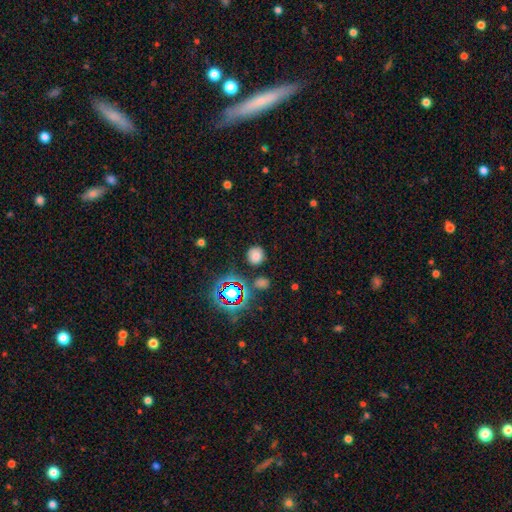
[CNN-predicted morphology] This is likely a smooth galaxy (73%). How rounded: clearly round (89%). Merging: clearly none (84%).